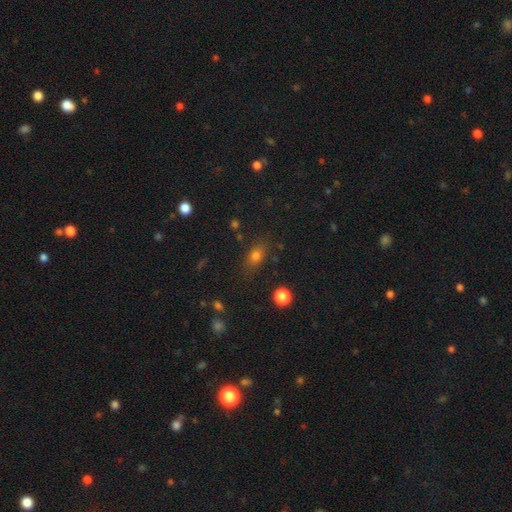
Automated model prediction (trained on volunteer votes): Overall: smooth (75%). How rounded: in between (68%). Merging: none (79%).